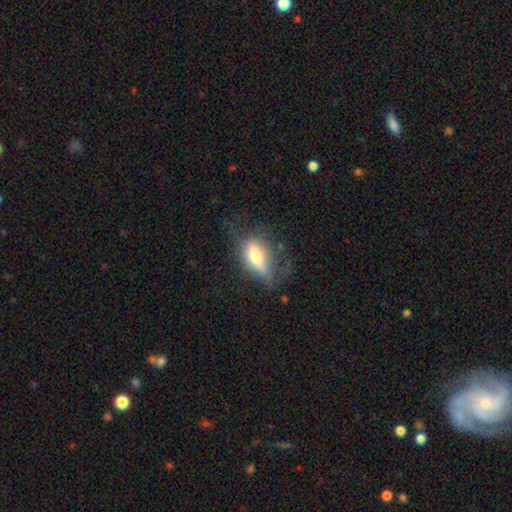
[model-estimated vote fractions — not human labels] Smooth or featured: smooth — 60% (featured or disk — 32%)
How rounded: in between — 70% (cigar-shaped — 25%)
Merging: none — 45% (minor disturbance — 28%)